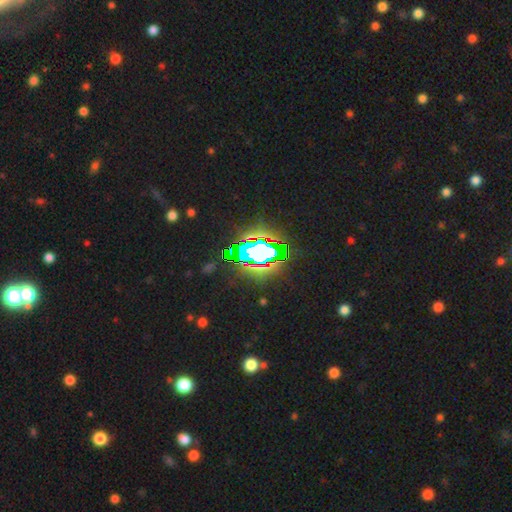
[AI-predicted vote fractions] Q: Smooth or featured?
A: star or artifact (70%); runner-up: smooth (16%)